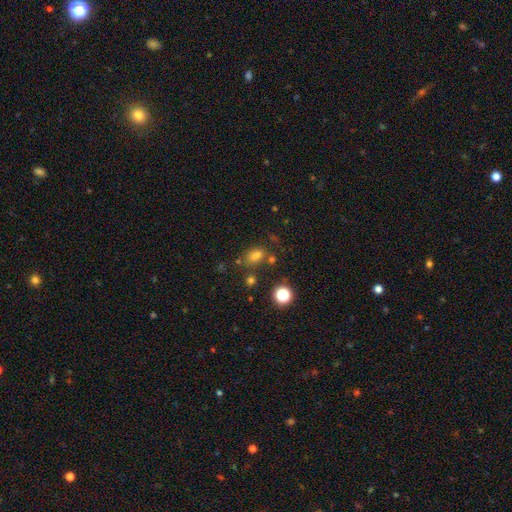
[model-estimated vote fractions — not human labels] smooth_or_featured: smooth (p=0.68) [alt: star or artifact p=0.24]
how_rounded: in between (p=0.69) [alt: round p=0.29]
merging: none (p=0.66) [alt: minor disturbance p=0.15]